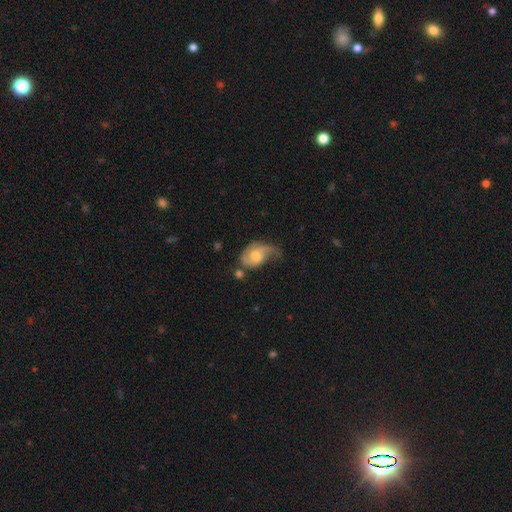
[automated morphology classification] Smooth or featured? Predicted: featured or disk (p=0.57). Edge-on disk? Predicted: no (p=0.96). Bar? Predicted: no (p=0.57). Spiral arms? Predicted: yes (p=0.83). Bulge size? Predicted: moderate (p=0.57). Merging? Predicted: minor disturbance (p=0.32, tied with major disturbance).